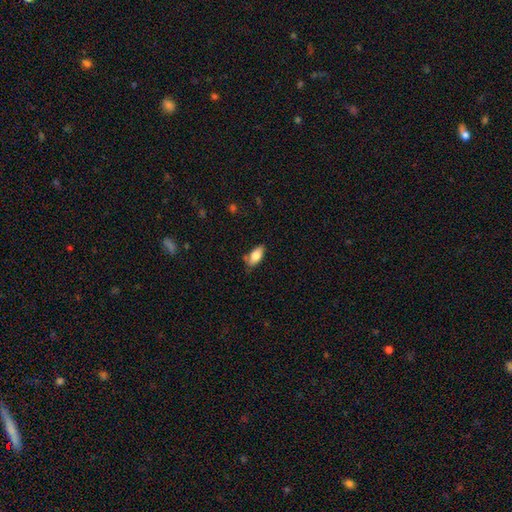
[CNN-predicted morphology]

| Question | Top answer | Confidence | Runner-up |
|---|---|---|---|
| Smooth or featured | smooth | 78% | featured or disk (15%) |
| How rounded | in between | 88% | cigar-shaped (9%) |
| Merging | none | 69% | minor disturbance (23%) |